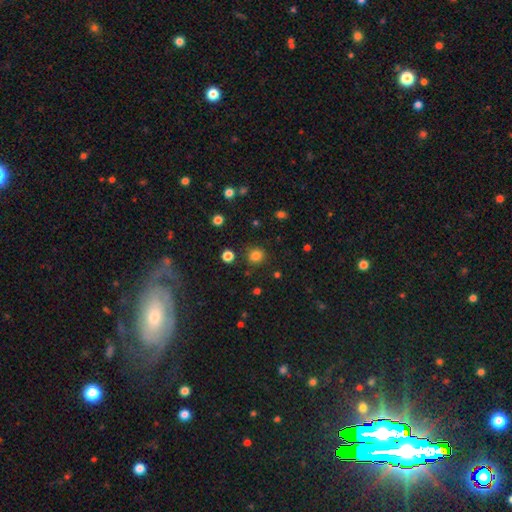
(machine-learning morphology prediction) Smooth or featured?
  - smooth: 81% *
  - star or artifact: 14%
  - featured or disk: 4%
How rounded?
  - round: 88% *
  - in between: 11%
  - cigar-shaped: 1%
Merging?
  - none: 87% *
  - minor disturbance: 8%
  - merger: 3%
  - major disturbance: 3%